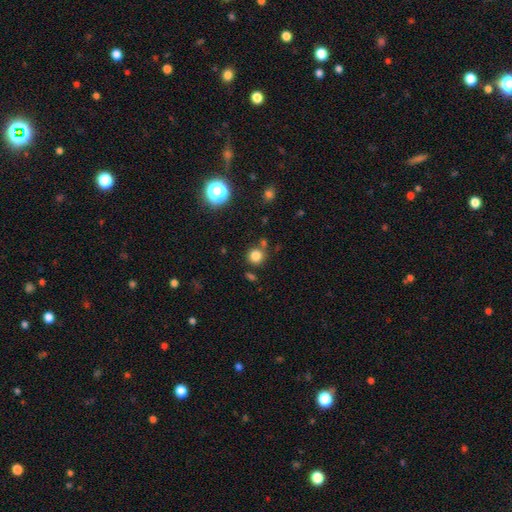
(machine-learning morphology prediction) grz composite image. It shows a smooth galaxy with no disk features (81%) that is round (91%). Merging: none (77%).